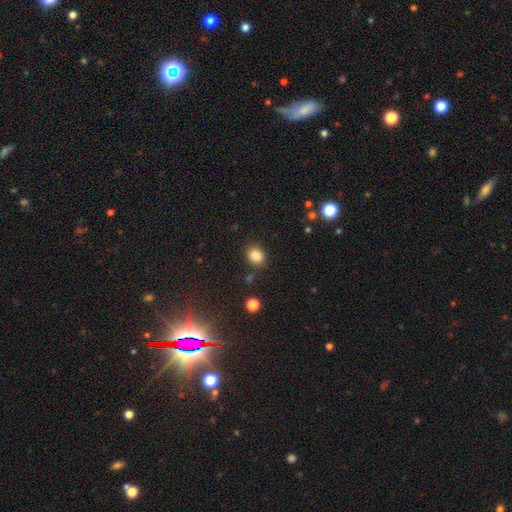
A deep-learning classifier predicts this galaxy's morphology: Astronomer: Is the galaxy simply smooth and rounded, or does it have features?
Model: smooth — 86%.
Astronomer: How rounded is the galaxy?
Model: round — 53% (runner-up: in between, 46%).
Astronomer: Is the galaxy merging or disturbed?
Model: none — 79%.